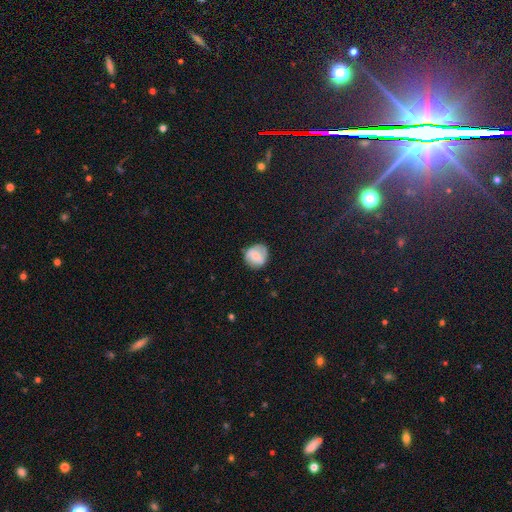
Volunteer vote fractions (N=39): smooth 77%, featured or disk 13%, star or artifact 10%. Down the decision tree: how rounded — round (73%); merging — none (54%).